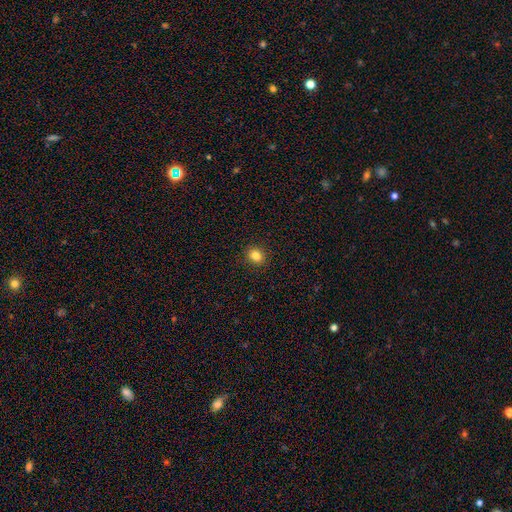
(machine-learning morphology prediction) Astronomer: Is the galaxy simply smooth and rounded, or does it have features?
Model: smooth — 83%.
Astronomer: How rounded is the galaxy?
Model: round — 76%.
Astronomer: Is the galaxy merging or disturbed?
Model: none — 91%.